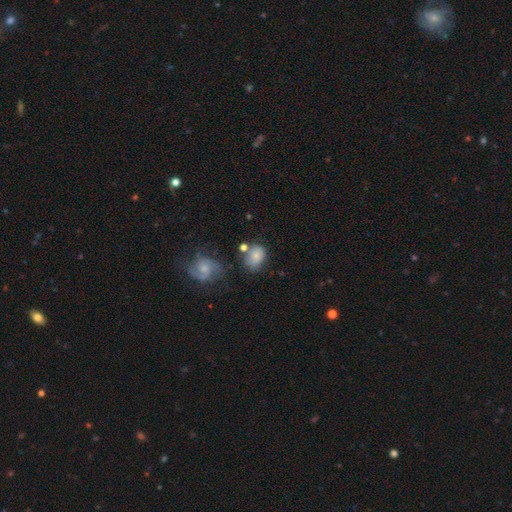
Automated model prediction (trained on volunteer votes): smooth 73%, featured or disk 17%, star or artifact 10%. Down the decision tree: how rounded — in between (59%); merging — none (49%).